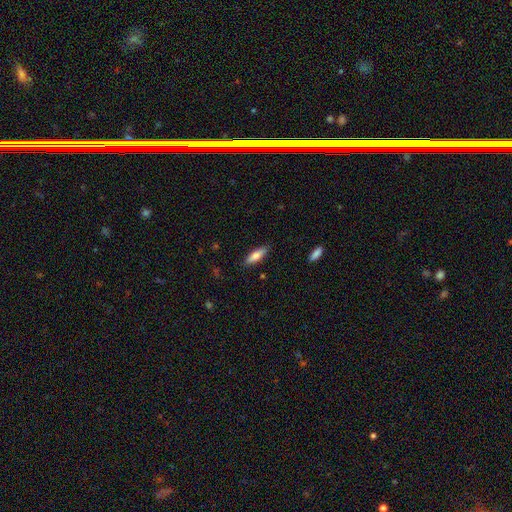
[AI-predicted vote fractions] Smooth or featured? smooth (72%)
How rounded? cigar-shaped (57%)
Merging? none (87%)